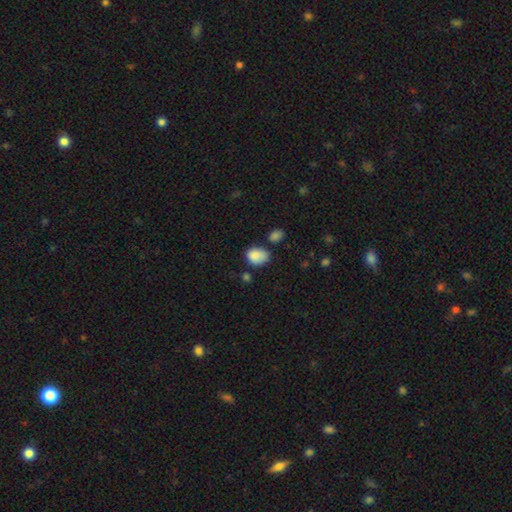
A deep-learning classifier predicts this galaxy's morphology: Smooth or featured?
  - smooth: 85% *
  - star or artifact: 9%
  - featured or disk: 6%
How rounded?
  - in between: 65% *
  - round: 34%
  - cigar-shaped: 1%
Merging?
  - none: 50% *
  - minor disturbance: 32%
  - merger: 10%
  - major disturbance: 8%